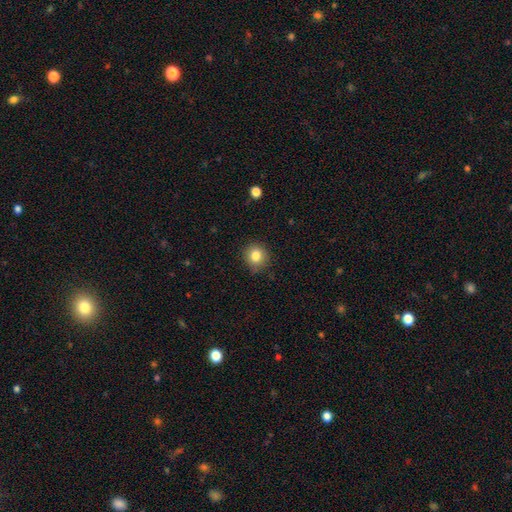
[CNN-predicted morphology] smooth 82%, star or artifact 11%, featured or disk 7%. Down the decision tree: how rounded — round (89%); merging — none (85%).